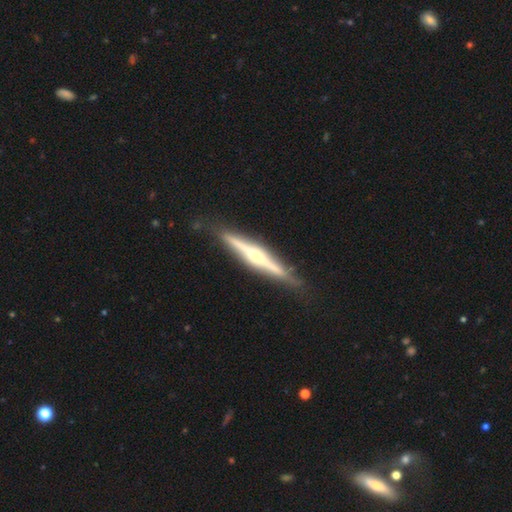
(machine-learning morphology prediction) Smooth or featured: featured or disk — 78% (smooth — 17%)
Edge-on disk: yes — 98% (no — 2%)
Edge-on bulge: rounded — 63% (boxy — 23%)
Merging: none — 86% (minor disturbance — 11%)